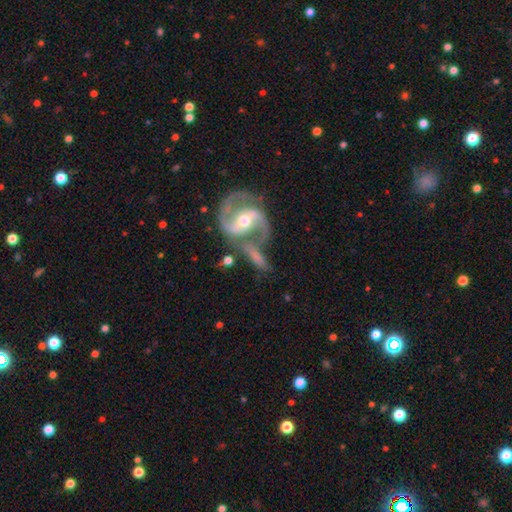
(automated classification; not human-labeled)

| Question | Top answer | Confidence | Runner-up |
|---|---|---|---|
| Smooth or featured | featured or disk | 82% | smooth (13%) |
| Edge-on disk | no | 94% | yes (6%) |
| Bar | strong | 39% | weak (37%) |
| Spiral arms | yes | 93% | no (7%) |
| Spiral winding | medium | 51% | loose (32%) |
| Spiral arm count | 2 | 91% | can't tell (3%) |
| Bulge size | moderate | 66% | small (27%) |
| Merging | none | 51% | merger (22%) |